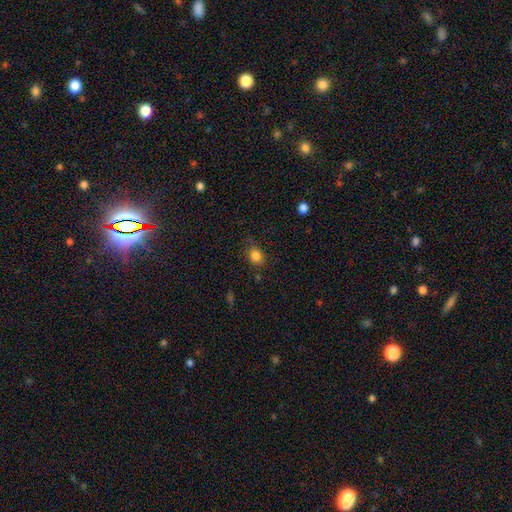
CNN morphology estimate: type=smooth (83%); roundness=round (59%); merging=none (69%).